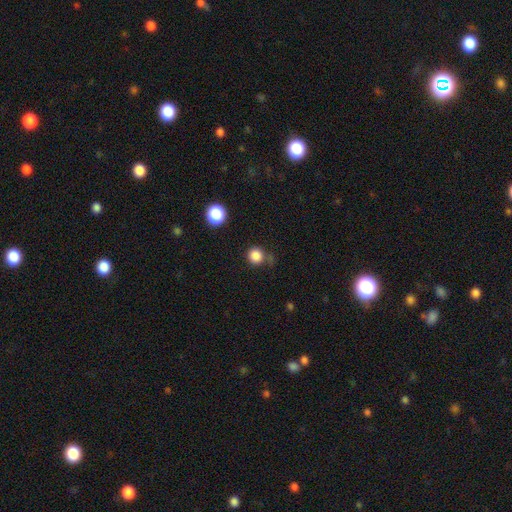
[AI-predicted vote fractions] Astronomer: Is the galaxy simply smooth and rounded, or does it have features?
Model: smooth — 85%.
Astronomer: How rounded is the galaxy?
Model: round — 92%.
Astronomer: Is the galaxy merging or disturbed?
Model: none — 70%.